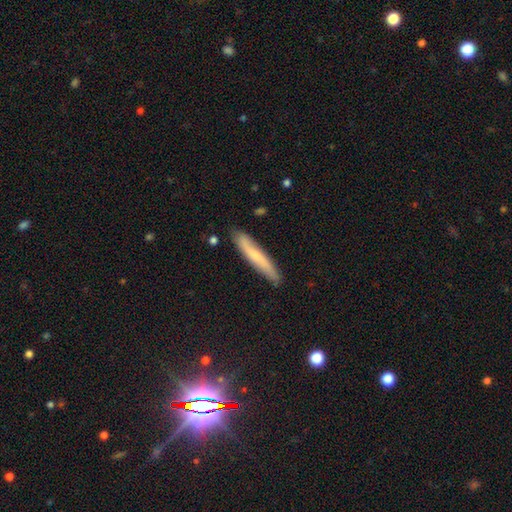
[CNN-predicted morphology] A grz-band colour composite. It shows a smooth galaxy with no disk features (57%) that is cigar-shaped (92%). Merging: none (86%).